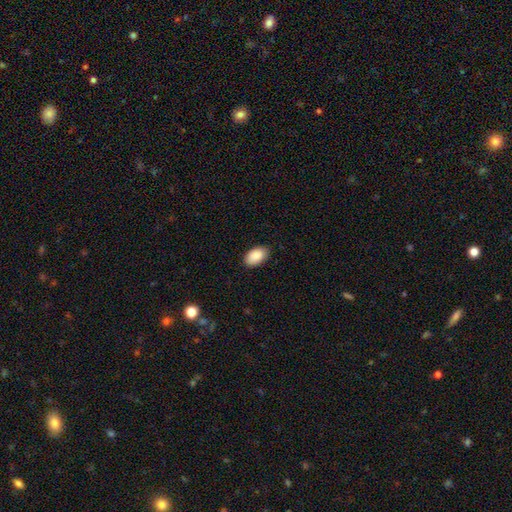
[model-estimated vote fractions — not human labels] smooth 90%, star or artifact 6%, featured or disk 4%. Down the decision tree: how rounded — in between (94%); merging — none (86%).